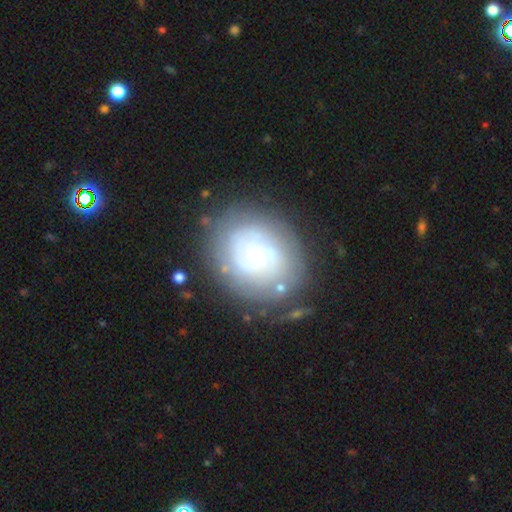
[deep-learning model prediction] This is likely a featured or disk galaxy (68%). It is clearly not viewed edge-on (97%). Bar: clearly no (81%). Spiral arm pattern: likely yes (74%). Central bulge: likely small (72%). Merging: likely none (72%).